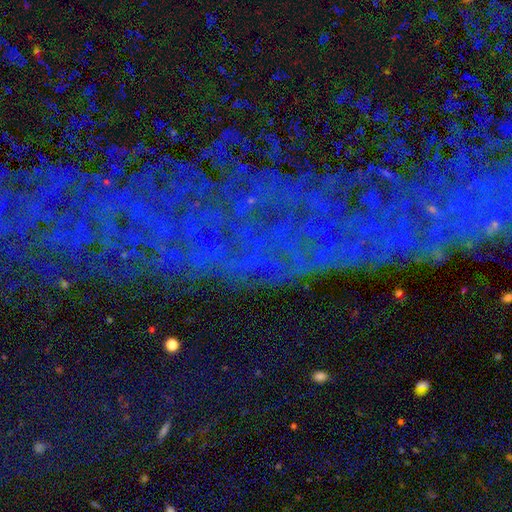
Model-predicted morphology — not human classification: This appears to be a star or artifact, not a galaxy (79%).